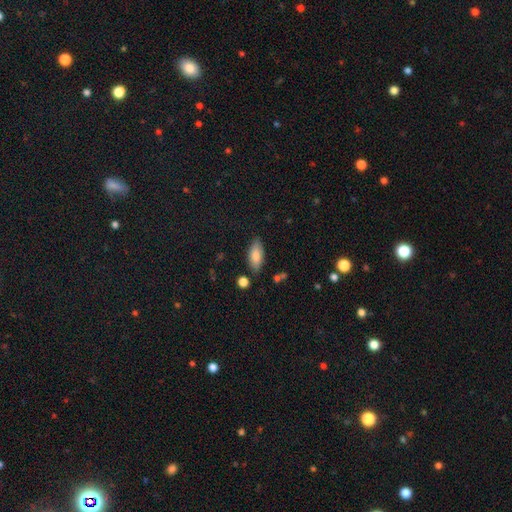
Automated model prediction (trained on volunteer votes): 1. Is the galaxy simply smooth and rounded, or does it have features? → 82% smooth, 11% featured or disk, 7% star or artifact.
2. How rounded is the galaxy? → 83% in between, 15% cigar-shaped, 2% round.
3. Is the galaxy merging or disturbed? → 81% none, 13% minor disturbance, 3% merger, 3% major disturbance.